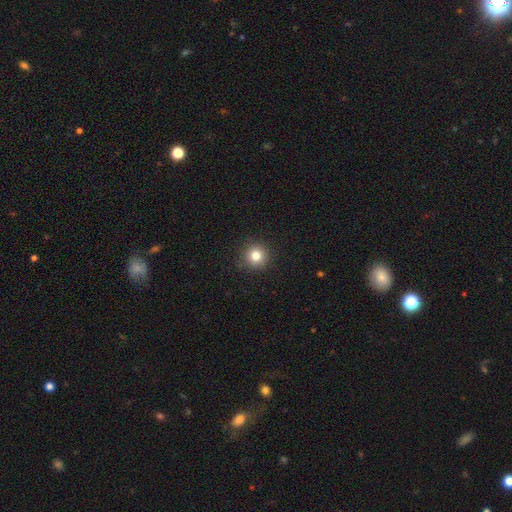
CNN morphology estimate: type=smooth (80%); roundness=round (95%); merging=none (91%).